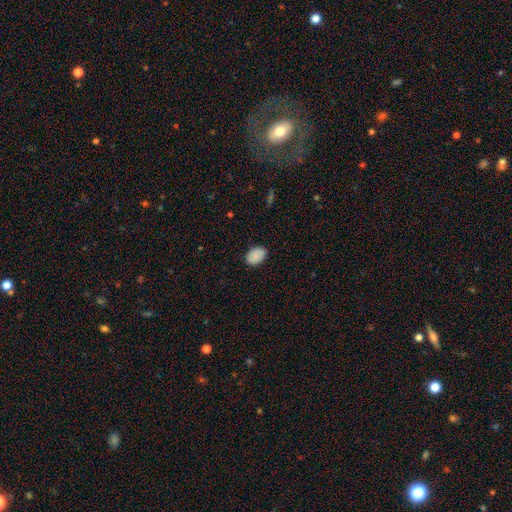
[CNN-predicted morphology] This appears to be a smooth galaxy with no disk features (89%) that is in between round and cigar-shaped (84%). Merging: none (87%).